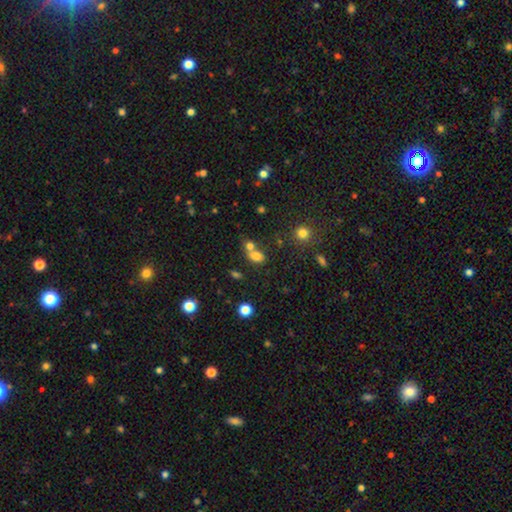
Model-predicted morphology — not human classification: This appears to be a smooth galaxy with no disk features (75%) that is in between round and cigar-shaped (70%). Merging: merger (51%).